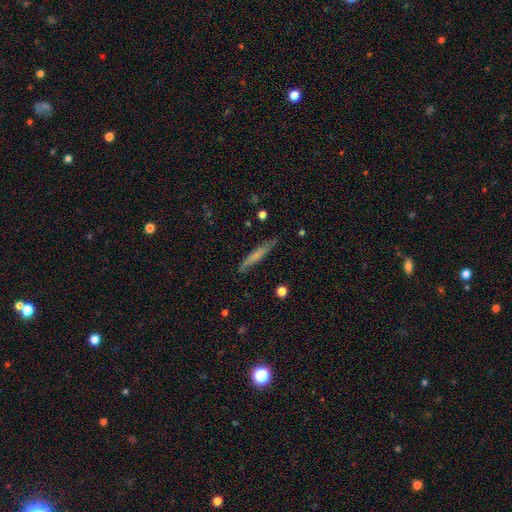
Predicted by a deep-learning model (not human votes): Smooth or featured?
  - smooth: 59% *
  - featured or disk: 34%
  - star or artifact: 7%
How rounded?
  - cigar-shaped: 94% *
  - in between: 4%
  - round: 2%
Merging?
  - none: 83% *
  - minor disturbance: 13%
  - major disturbance: 2%
  - merger: 2%